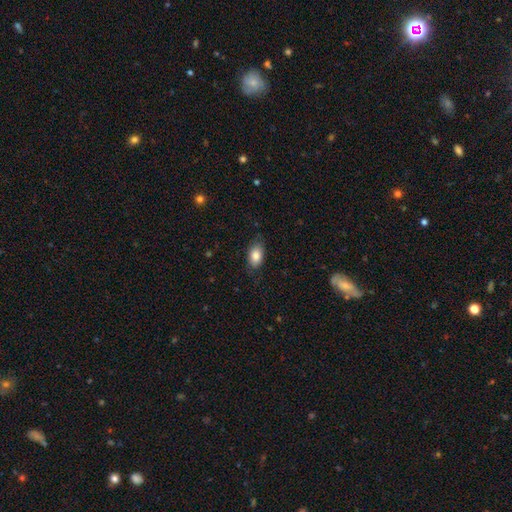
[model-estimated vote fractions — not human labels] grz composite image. It shows a smooth galaxy with no disk features (84%) that is in between round and cigar-shaped (90%). Merging: none (77%).